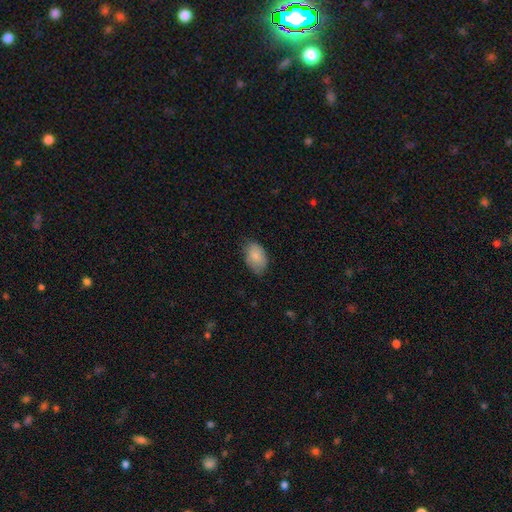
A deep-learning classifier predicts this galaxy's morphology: A smooth galaxy with no disk features (84%) that is in between round and cigar-shaped (88%).

Vote fractions:
- Smooth or featured? smooth: 84% / featured or disk: 9% / star or artifact: 7%
- How rounded? in between: 88% / round: 10% / cigar-shaped: 1%
- Merging? none: 68% / minor disturbance: 26% / major disturbance: 5% / merger: 1%